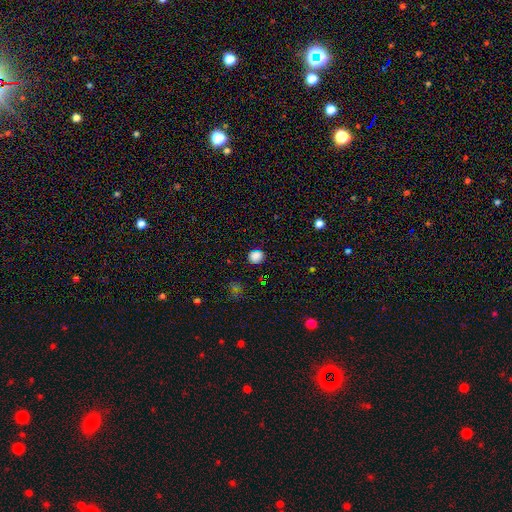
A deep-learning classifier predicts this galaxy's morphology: A smooth galaxy with no disk features (83%) that is round (80%). Merging: none (87%).